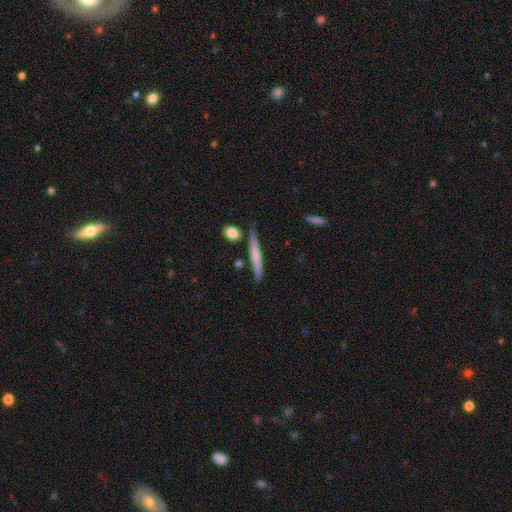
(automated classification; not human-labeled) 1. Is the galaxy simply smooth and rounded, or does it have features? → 58% smooth, 36% featured or disk, 6% star or artifact.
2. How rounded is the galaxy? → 94% cigar-shaped, 4% in between, 2% round.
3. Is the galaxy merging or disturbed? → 80% none, 12% minor disturbance, 5% merger, 3% major disturbance.